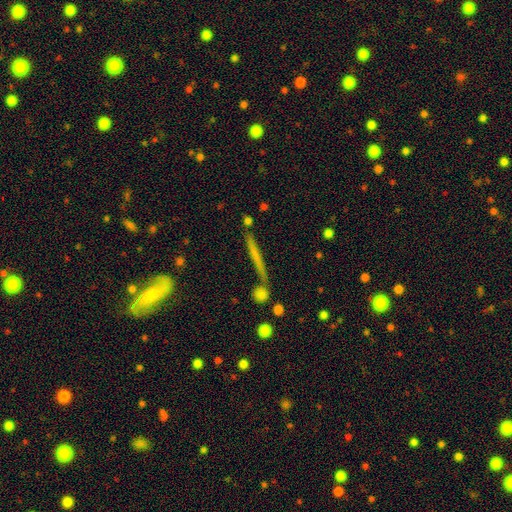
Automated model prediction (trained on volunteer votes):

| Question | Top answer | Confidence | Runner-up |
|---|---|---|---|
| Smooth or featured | featured or disk | 46% | smooth (45%) |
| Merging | none | 79% | minor disturbance (11%) |